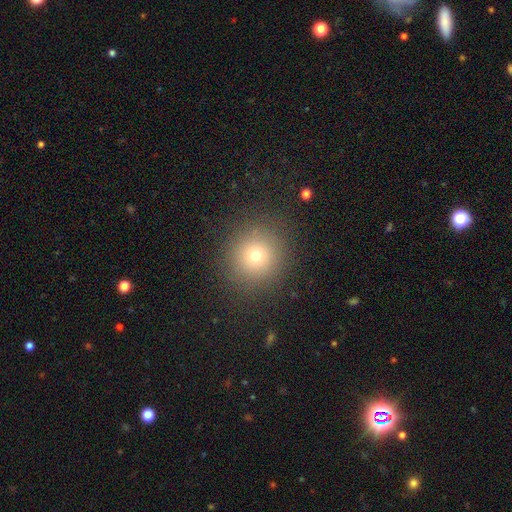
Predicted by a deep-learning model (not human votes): Smooth or featured? Predicted: smooth (p=0.72). How rounded? Predicted: round (p=0.94). Merging? Predicted: none (p=0.88).